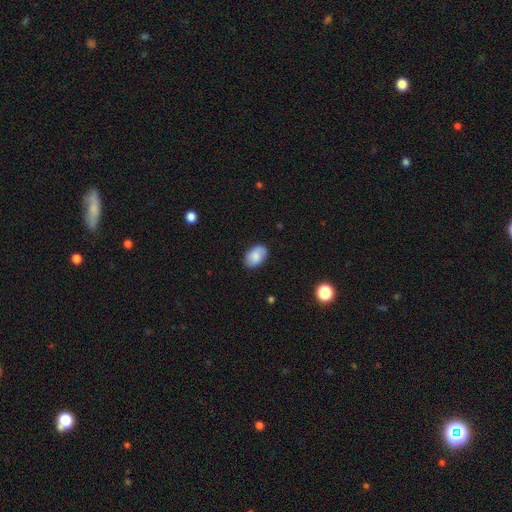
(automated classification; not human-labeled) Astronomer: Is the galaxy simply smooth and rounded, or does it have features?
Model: smooth — 83%.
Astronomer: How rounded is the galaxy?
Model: in between — 90%.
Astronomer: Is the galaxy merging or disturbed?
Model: none — 84%.